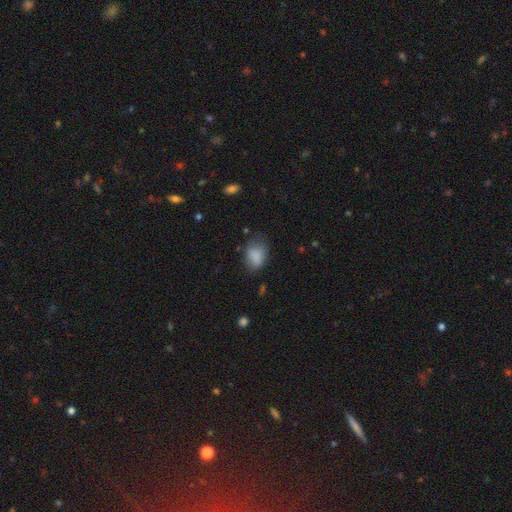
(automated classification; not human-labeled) The model was most divided on "merging": none: 59%, minor disturbance: 29%, major disturbance: 10%, merger: 2%. More confident: smooth or featured — smooth (84%); how rounded — in between (76%).